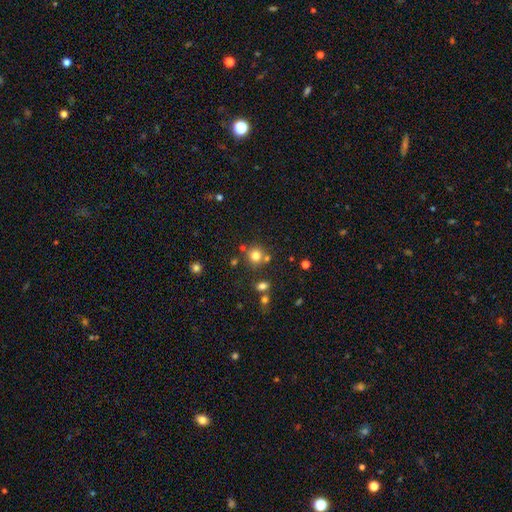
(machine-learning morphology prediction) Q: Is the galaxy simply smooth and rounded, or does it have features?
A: smooth — 77%.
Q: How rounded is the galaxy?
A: round — 90%.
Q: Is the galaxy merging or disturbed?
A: none — 73%.